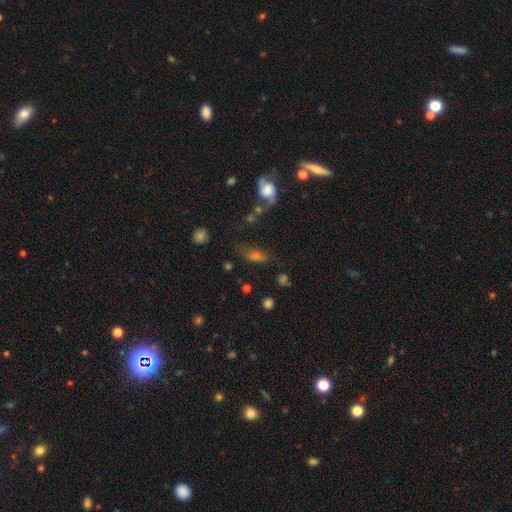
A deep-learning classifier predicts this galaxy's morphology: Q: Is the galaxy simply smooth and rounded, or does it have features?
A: smooth — 53%.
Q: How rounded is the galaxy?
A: in between — 73%.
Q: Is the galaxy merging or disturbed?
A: none — 57%.